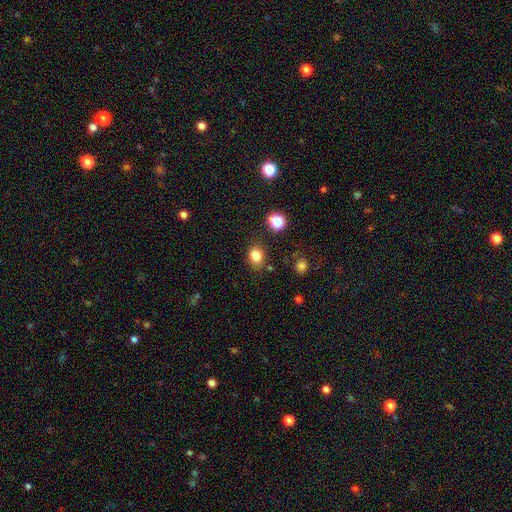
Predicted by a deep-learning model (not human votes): Smooth or featured? Predicted: smooth (p=0.81). How rounded? Predicted: in between (p=0.56). Merging? Predicted: none (p=0.80).